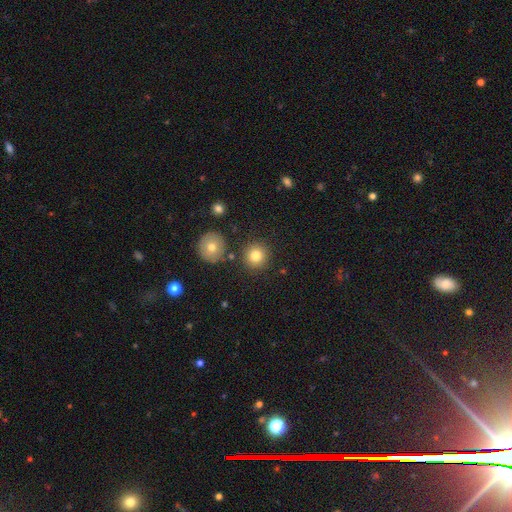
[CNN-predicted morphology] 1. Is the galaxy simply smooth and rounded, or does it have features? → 80% smooth, 12% star or artifact, 8% featured or disk.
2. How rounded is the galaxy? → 93% round, 6% in between, 1% cigar-shaped.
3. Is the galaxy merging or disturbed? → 86% none, 7% minor disturbance, 5% merger, 3% major disturbance.